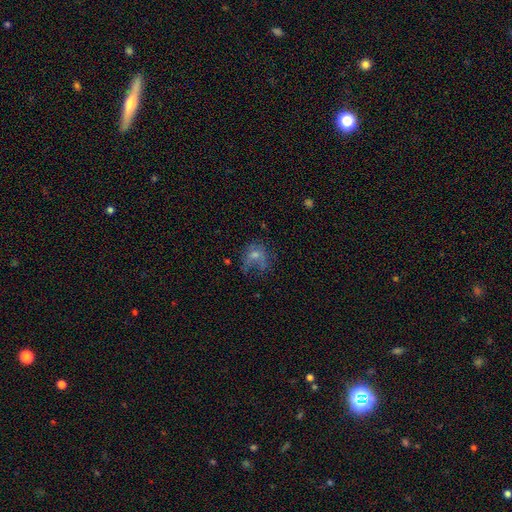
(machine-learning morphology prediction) This appears to be a smooth galaxy with no disk features (49%). Merging: major disturbance (43%).